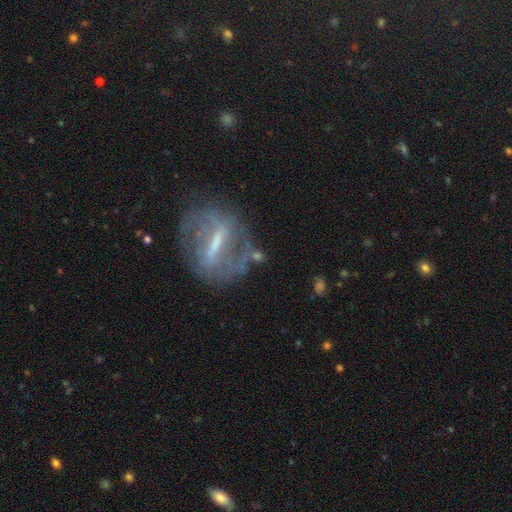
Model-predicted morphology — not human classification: This is likely a featured or disk galaxy (76%). It is clearly not viewed edge-on (87%). Bar: likely strong (64%). Spiral arm pattern: likely yes (65%). Central bulge: marginally small (35%, tied with moderate). Merging: likely none (65%).